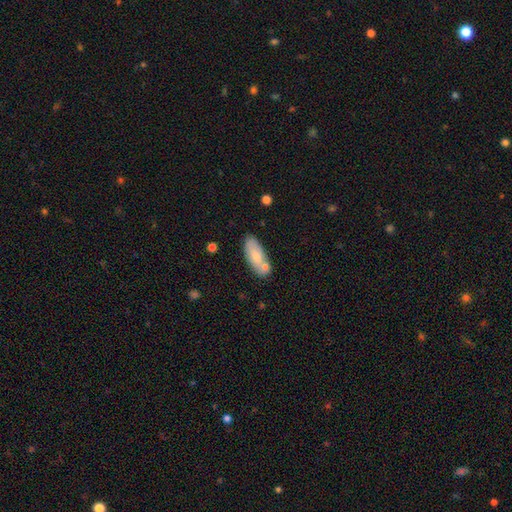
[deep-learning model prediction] Smooth or featured?
  - smooth: 73% *
  - featured or disk: 21%
  - star or artifact: 6%
How rounded?
  - in between: 83% *
  - cigar-shaped: 14%
  - round: 2%
Merging?
  - none: 62% *
  - merger: 17%
  - minor disturbance: 17%
  - major disturbance: 4%